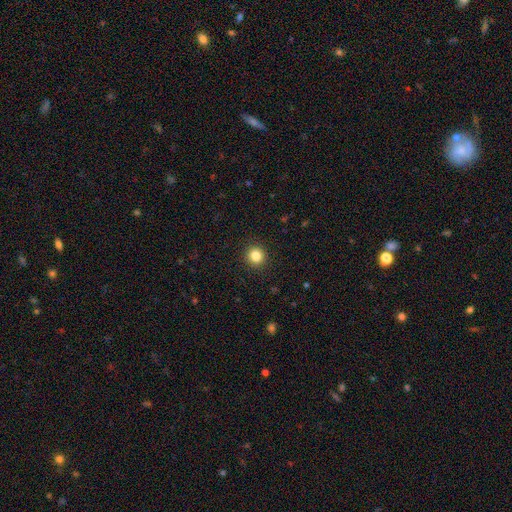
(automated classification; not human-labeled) A smooth galaxy with no disk features (84%) that is round (93%). Merging: none (92%).